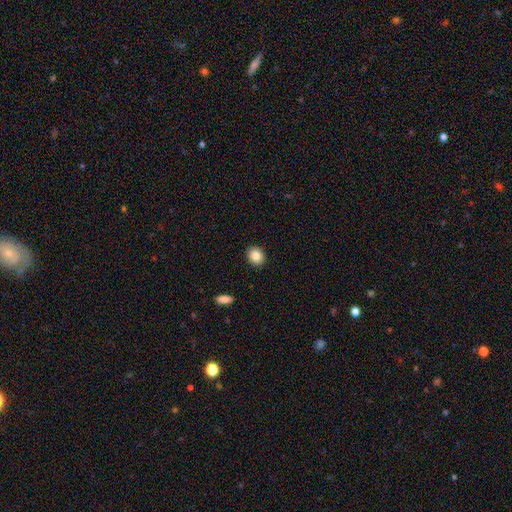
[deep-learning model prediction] A smooth galaxy with no disk features (86%) that is round (57%). Merging: none (91%).